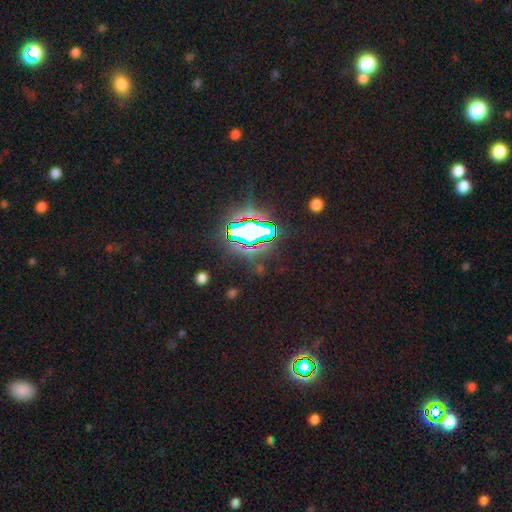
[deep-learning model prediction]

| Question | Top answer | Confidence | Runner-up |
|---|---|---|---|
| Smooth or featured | star or artifact | 82% | smooth (11%) |